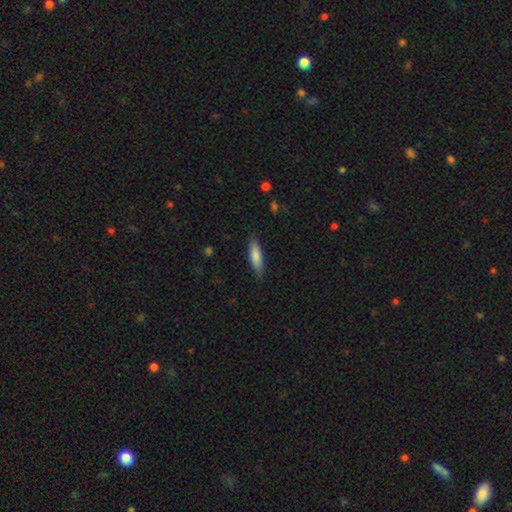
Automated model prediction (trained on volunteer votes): Q: Smooth or featured?
A: smooth (81%); runner-up: featured or disk (14%)
Q: How rounded?
A: cigar-shaped (61%); runner-up: in between (38%)
Q: Merging?
A: none (85%); runner-up: minor disturbance (12%)